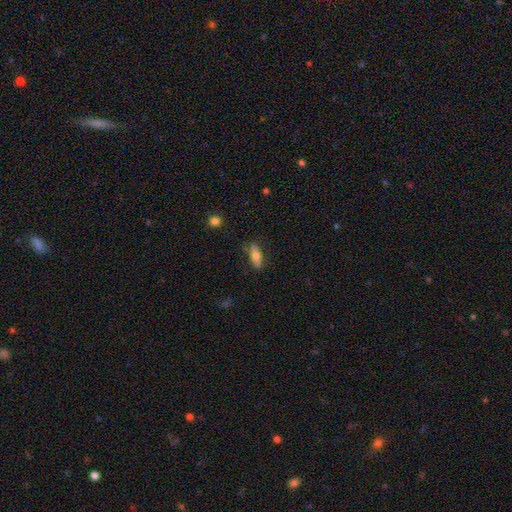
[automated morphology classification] smooth_or_featured: smooth (p=0.62) [alt: featured or disk p=0.32]
how_rounded: cigar-shaped (p=0.49) [alt: in between p=0.47]
merging: none (p=0.82) [alt: minor disturbance p=0.13]